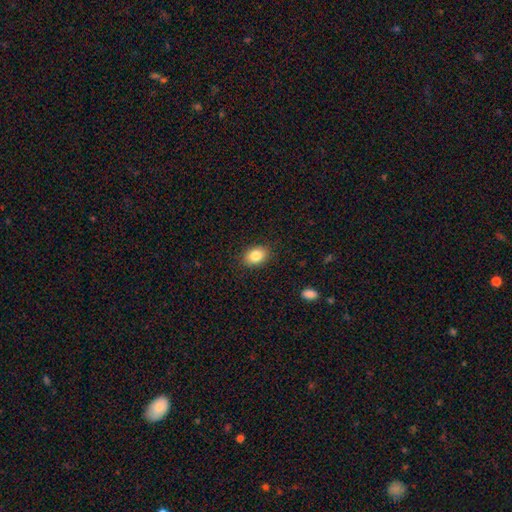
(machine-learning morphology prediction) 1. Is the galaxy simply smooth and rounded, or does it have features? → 85% smooth, 8% star or artifact, 7% featured or disk.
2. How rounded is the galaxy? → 77% in between, 22% round, 1% cigar-shaped.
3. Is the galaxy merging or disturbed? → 88% none, 9% minor disturbance, 2% major disturbance, 1% merger.